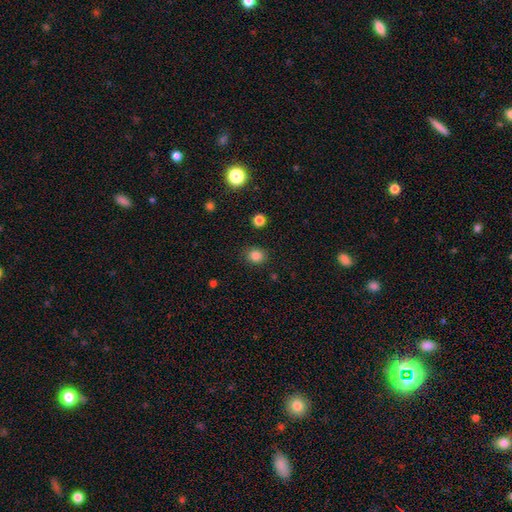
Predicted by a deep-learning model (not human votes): Smooth or featured: smooth — 83% (star or artifact — 12%)
How rounded: round — 68% (in between — 31%)
Merging: none — 87% (minor disturbance — 9%)